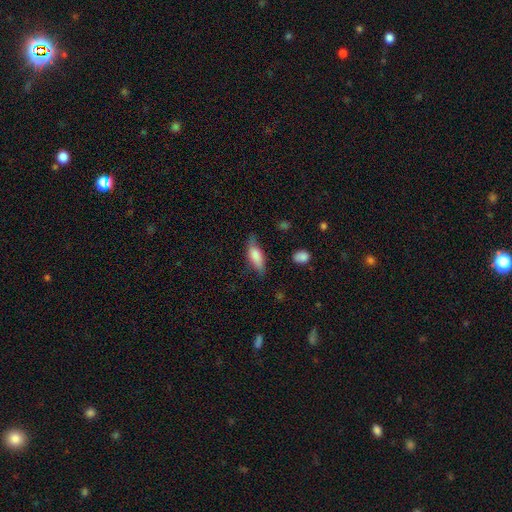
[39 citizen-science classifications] Smooth or featured: smooth — 69% (featured or disk — 28%)
How rounded: in between — 48% (cigar-shaped — 44%)
Merging: minor disturbance — 42% (none — 32%)